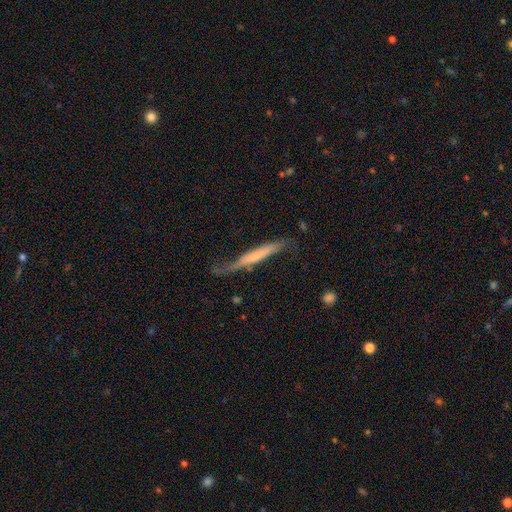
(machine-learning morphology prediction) A featured or disk galaxy (52%) viewed edge-on (79%). Merging: none (48%).